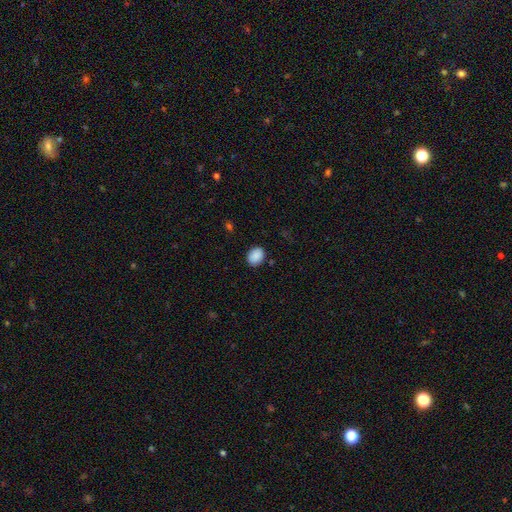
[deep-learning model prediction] The model was most divided on "how rounded": in between: 57%, round: 42%, cigar-shaped: 1%. More confident: smooth or featured — smooth (89%); merging — none (87%).